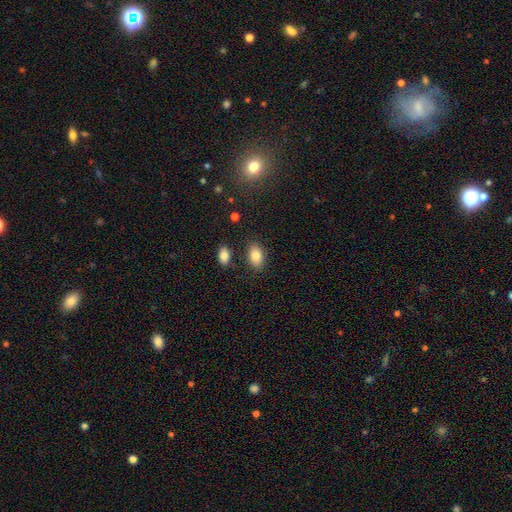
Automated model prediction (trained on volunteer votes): The model was most divided on "merging": none: 83%, minor disturbance: 10%, merger: 4%, major disturbance: 3%. More confident: how rounded — in between (91%); smooth or featured — smooth (84%).